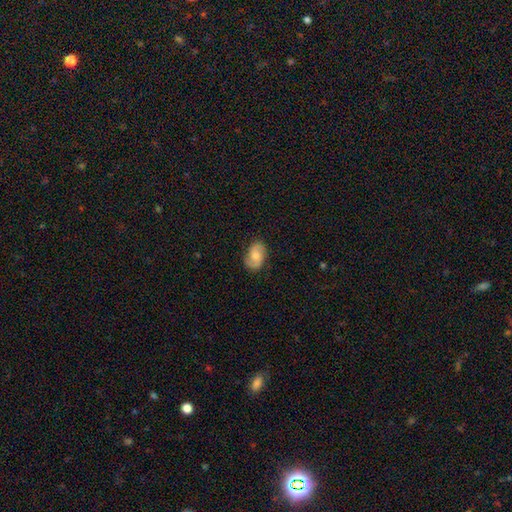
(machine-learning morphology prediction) Smooth or featured? featured or disk (48%)
Merging? none (79%)